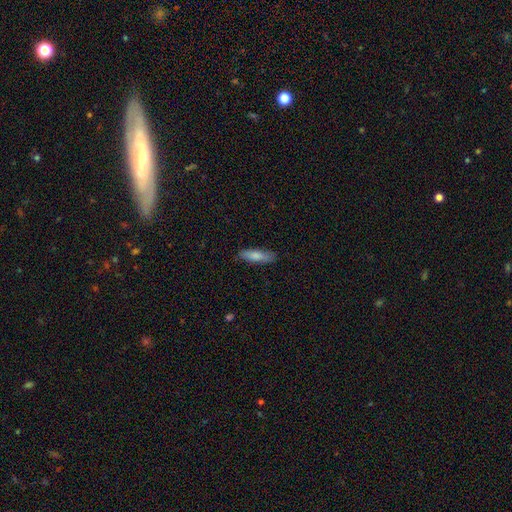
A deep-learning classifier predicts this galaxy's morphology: Smooth or featured?
  - smooth: 81% *
  - featured or disk: 13%
  - star or artifact: 6%
How rounded?
  - cigar-shaped: 65% *
  - in between: 33%
  - round: 2%
Merging?
  - none: 84% *
  - minor disturbance: 12%
  - major disturbance: 2%
  - merger: 1%